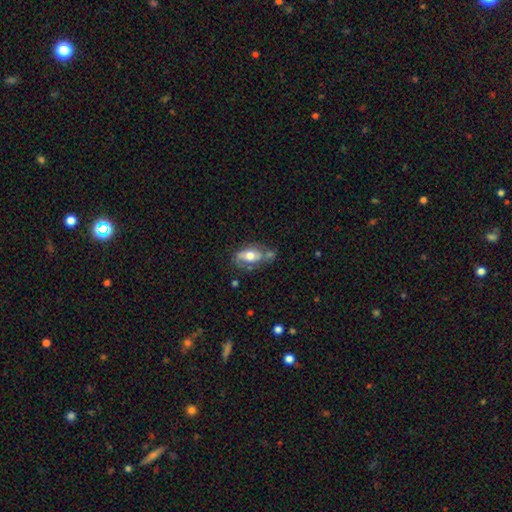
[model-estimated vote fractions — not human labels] This is possibly a featured or disk galaxy (48%). Merging: possibly none (47%).